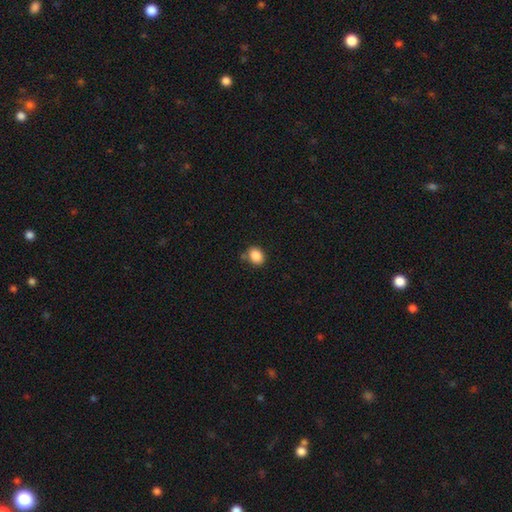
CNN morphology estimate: Smooth or featured: smooth — 87% (star or artifact — 9%)
How rounded: in between — 51% (round — 48%)
Merging: none — 76% (minor disturbance — 15%)